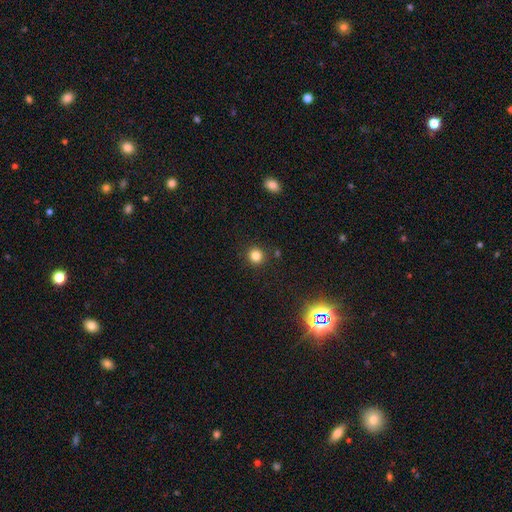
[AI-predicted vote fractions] Smooth or featured? Predicted: smooth (p=0.82). How rounded? Predicted: round (p=0.93). Merging? Predicted: none (p=0.90).